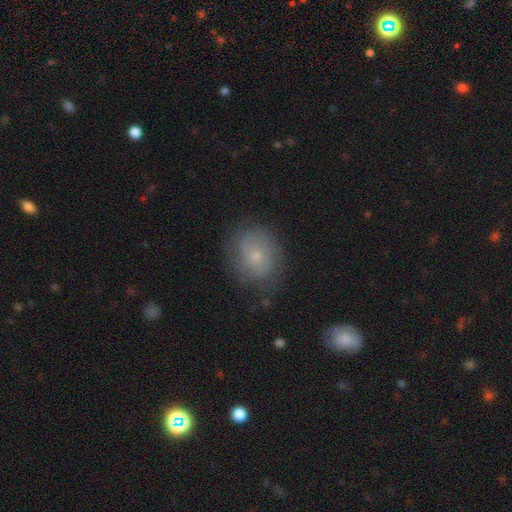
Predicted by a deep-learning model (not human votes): Smooth or featured? smooth (46%)
Merging? none (71%)